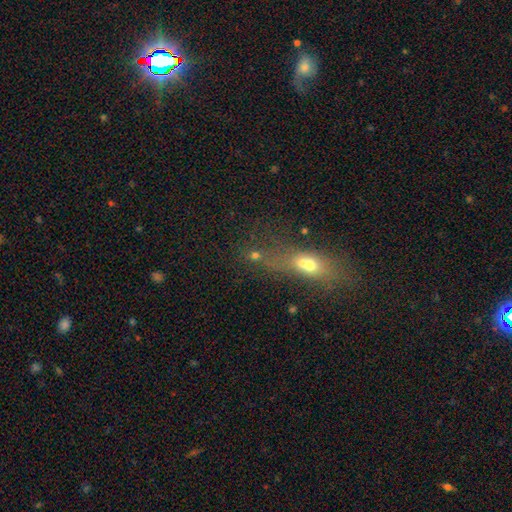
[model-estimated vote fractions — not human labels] Q: Smooth or featured?
A: smooth (51%); runner-up: star or artifact (26%)
Q: How rounded?
A: in between (42%); runner-up: round (32%)
Q: Merging?
A: merger (43%); runner-up: none (32%)